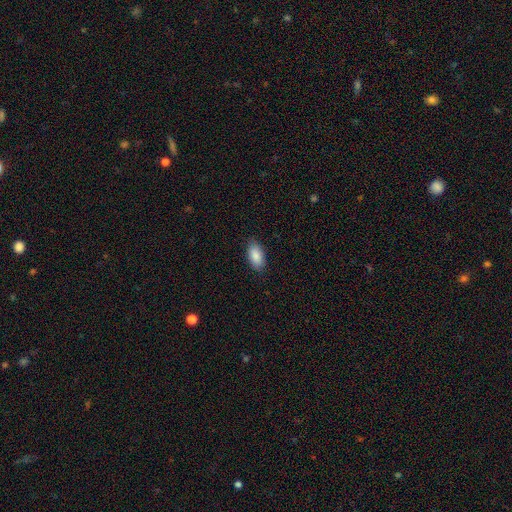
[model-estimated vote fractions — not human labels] smooth 88%, star or artifact 6%, featured or disk 5%. Down the decision tree: how rounded — in between (93%); merging — none (86%).